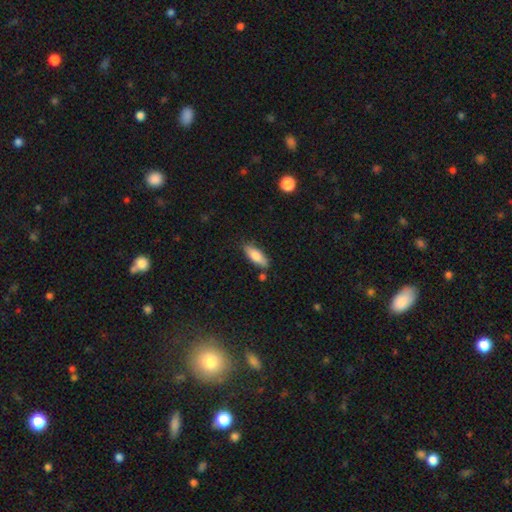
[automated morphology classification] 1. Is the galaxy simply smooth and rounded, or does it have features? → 79% smooth, 15% featured or disk, 6% star or artifact.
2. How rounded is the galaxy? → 67% in between, 31% cigar-shaped, 2% round.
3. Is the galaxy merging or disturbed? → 78% none, 14% minor disturbance, 5% merger, 3% major disturbance.